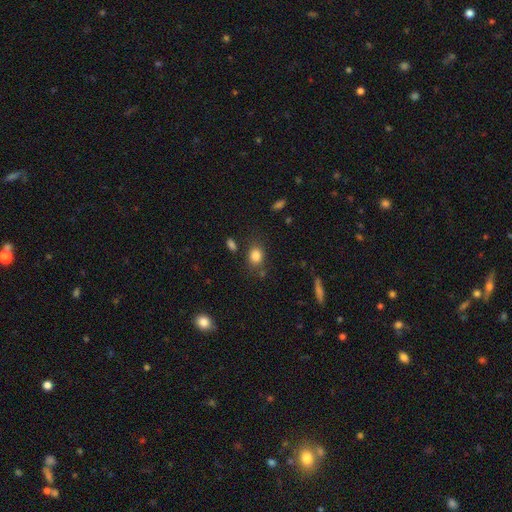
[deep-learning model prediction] smooth-or-featured: smooth: 83% | star or artifact: 11% | featured or disk: 6%
  how-rounded: in between: 53% | round: 46% | cigar-shaped: 1%
  merging: none: 75% | minor disturbance: 15% | merger: 6% | major disturbance: 5%